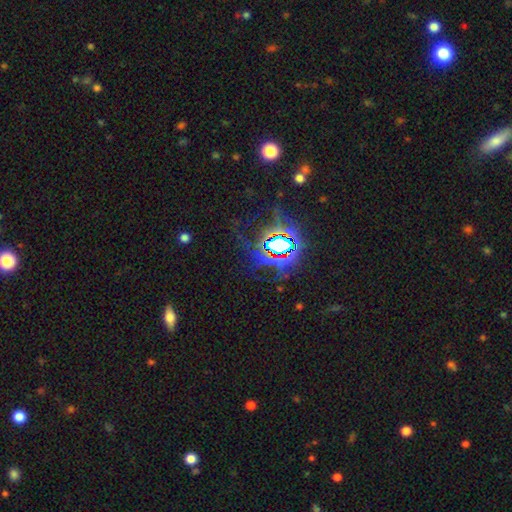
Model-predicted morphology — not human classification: Smooth or featured? star or artifact (81%)